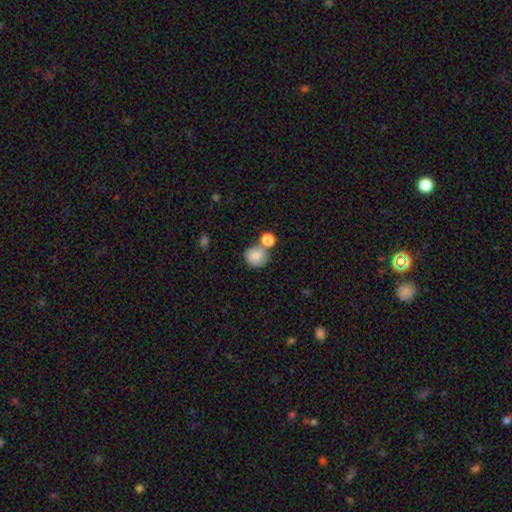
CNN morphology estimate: type=smooth (82%); roundness=round (84%); merging=none (49%).